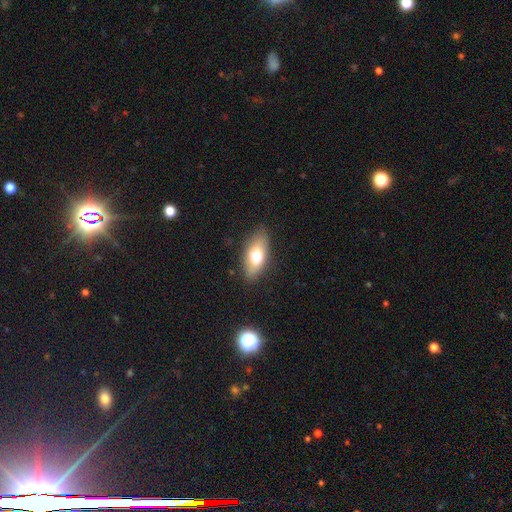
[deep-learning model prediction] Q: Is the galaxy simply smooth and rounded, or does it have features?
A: smooth — 70%.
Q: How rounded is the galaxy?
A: in between — 83%.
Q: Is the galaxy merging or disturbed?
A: none — 84%.